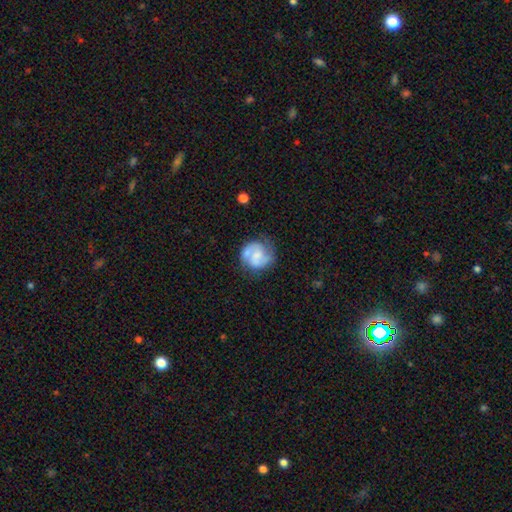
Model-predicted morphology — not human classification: Smooth or featured?
  - featured or disk: 64% *
  - smooth: 29%
  - star or artifact: 7%
Edge-on disk?
  - no: 98% *
  - yes: 2%
Bar?
  - no: 56% *
  - weak: 35%
  - strong: 9%
Spiral arms?
  - yes: 86% *
  - no: 14%
Spiral winding?
  - medium: 48% *
  - tight: 30%
  - loose: 22%
Spiral arm count?
  - 2: 78% *
  - can't tell: 10%
  - 3: 5%
  - 1: 4%
  - 4: 1%
  - more than 4: 1%
Bulge size?
  - small: 39% *
  - moderate: 29%
  - none: 25%
  - large: 6%
  - dominant: 2%
Merging?
  - none: 59% *
  - minor disturbance: 22%
  - major disturbance: 11%
  - merger: 8%